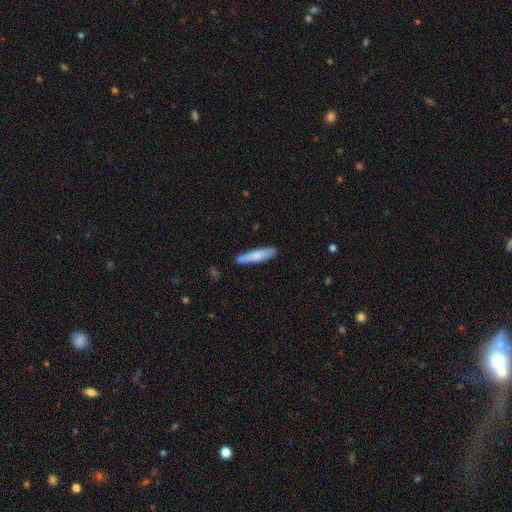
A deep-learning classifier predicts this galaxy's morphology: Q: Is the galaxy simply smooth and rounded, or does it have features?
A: smooth — 75%.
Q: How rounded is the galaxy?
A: cigar-shaped — 86%.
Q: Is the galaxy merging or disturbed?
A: none — 79%.